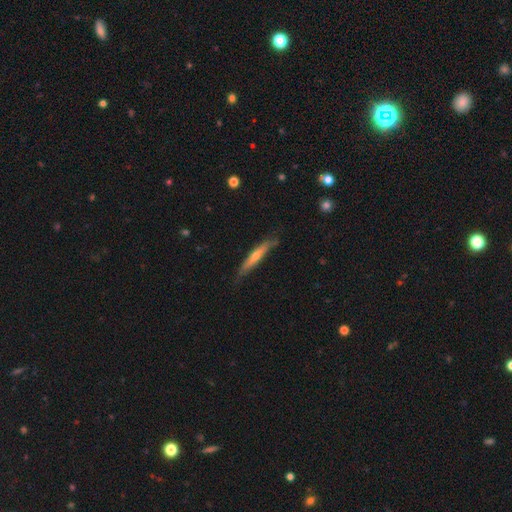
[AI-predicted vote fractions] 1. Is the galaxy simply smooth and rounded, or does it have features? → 60% featured or disk, 34% smooth, 6% star or artifact.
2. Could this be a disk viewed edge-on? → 93% yes, 7% no.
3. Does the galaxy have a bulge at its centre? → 73% rounded, 23% none, 4% boxy.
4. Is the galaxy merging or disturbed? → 81% none, 16% minor disturbance, 2% major disturbance, 1% merger.